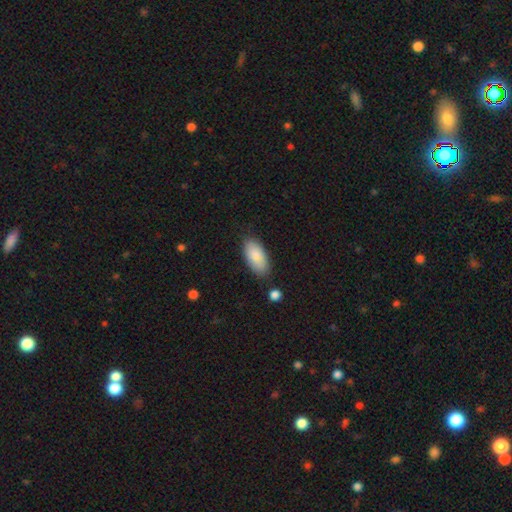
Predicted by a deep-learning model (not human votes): Smooth or featured?
  - smooth: 86% *
  - featured or disk: 8%
  - star or artifact: 6%
How rounded?
  - in between: 93% *
  - cigar-shaped: 5%
  - round: 2%
Merging?
  - none: 81% *
  - minor disturbance: 14%
  - major disturbance: 3%
  - merger: 3%